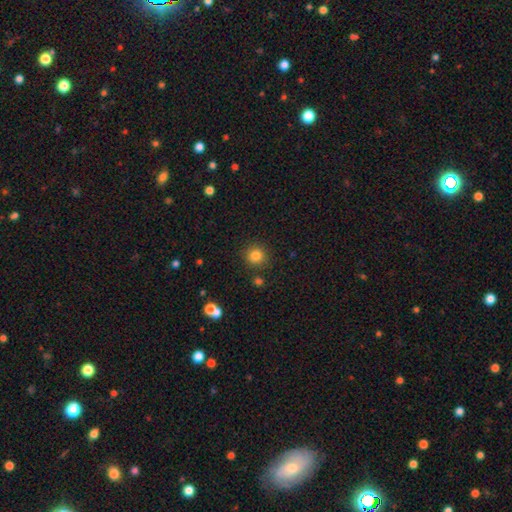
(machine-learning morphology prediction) Smooth or featured? Predicted: smooth (p=0.83). How rounded? Predicted: round (p=0.92). Merging? Predicted: none (p=0.87).